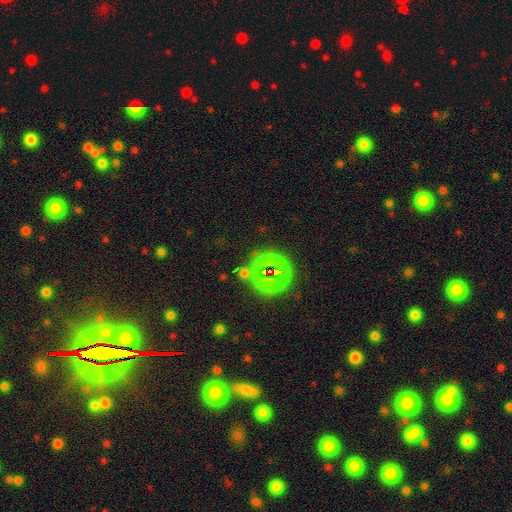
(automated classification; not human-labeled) Overall: star or artifact (77%).